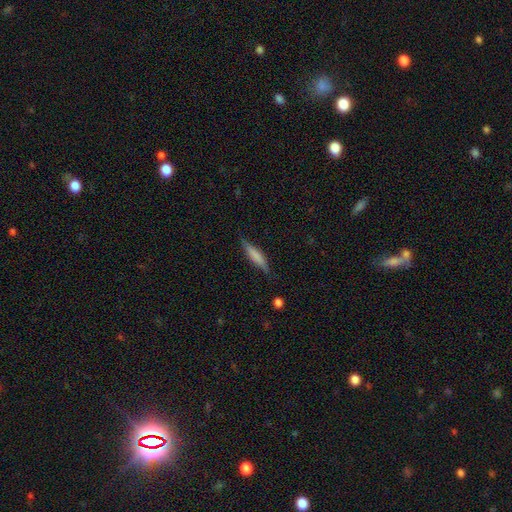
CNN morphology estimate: Smooth or featured: smooth — 63% (featured or disk — 30%)
How rounded: cigar-shaped — 78% (in between — 20%)
Merging: none — 75% (minor disturbance — 19%)